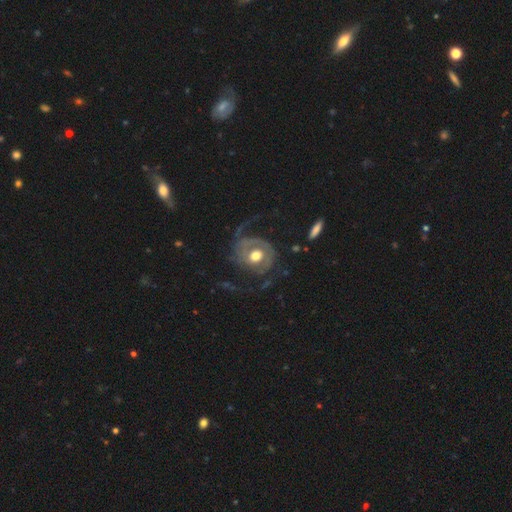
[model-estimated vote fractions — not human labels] Smooth or featured? Predicted: featured or disk (p=0.75). Edge-on disk? Predicted: no (p=0.97). Bar? Predicted: no (p=0.72). Spiral arms? Predicted: yes (p=0.79). Spiral winding? Predicted: tight (p=0.38). Spiral arm count? Predicted: 2 (p=0.35). Bulge size? Predicted: moderate (p=0.66). Merging? Predicted: none (p=0.49).